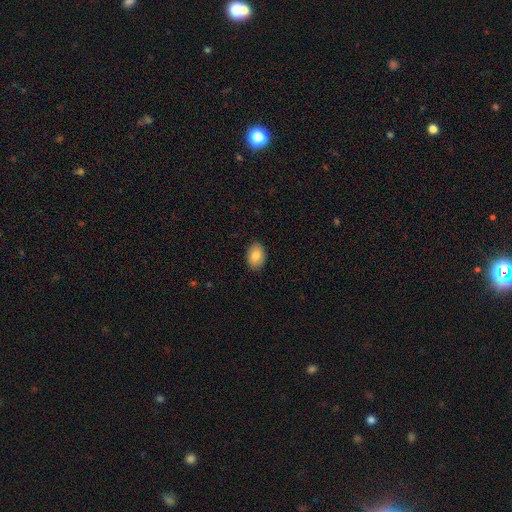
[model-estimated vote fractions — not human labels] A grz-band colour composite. It shows a smooth galaxy with no disk features (83%) that is in between round and cigar-shaped (83%). Merging: none (89%).